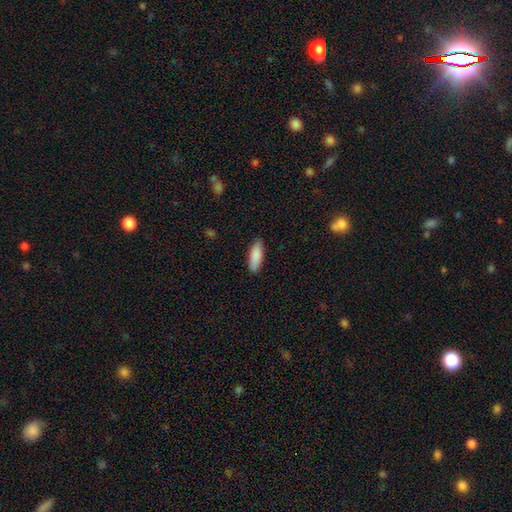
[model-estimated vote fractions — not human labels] smooth 88%, featured or disk 6%, star or artifact 6%. Down the decision tree: how rounded — in between (58%); merging — none (87%).